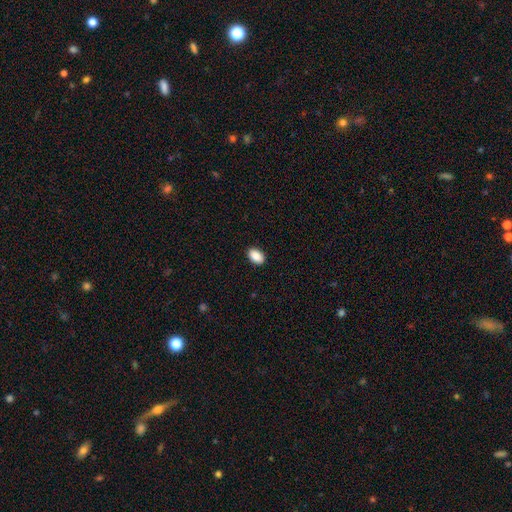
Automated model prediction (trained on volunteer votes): Overall: smooth (89%). How rounded: in between (91%). Merging: none (91%).